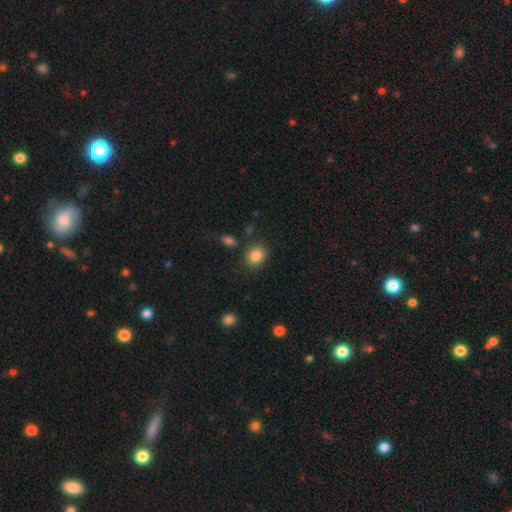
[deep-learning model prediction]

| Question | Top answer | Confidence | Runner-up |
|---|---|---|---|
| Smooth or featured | smooth | 86% | star or artifact (9%) |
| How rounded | round | 66% | in between (33%) |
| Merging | none | 83% | minor disturbance (10%) |